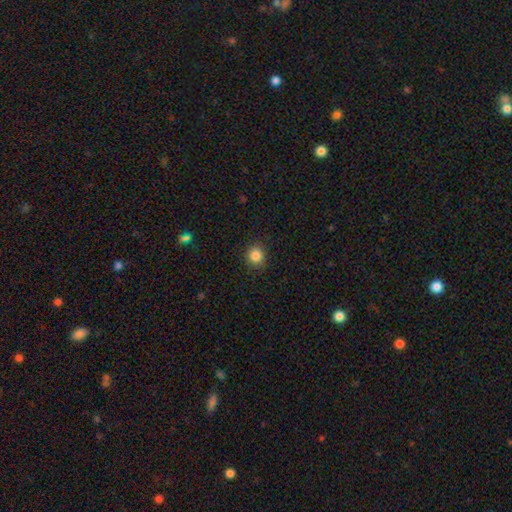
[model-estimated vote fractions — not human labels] This appears to be a smooth galaxy with no disk features (85%) that is round (89%). Merging: none (90%).